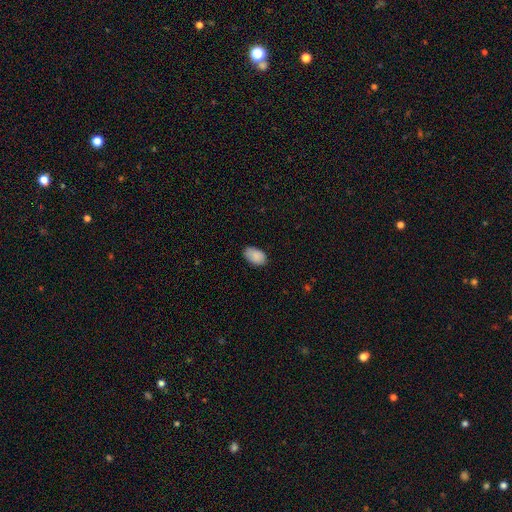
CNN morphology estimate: This appears to be a smooth galaxy with no disk features (89%) that is in between round and cigar-shaped (92%). Merging: none (83%).